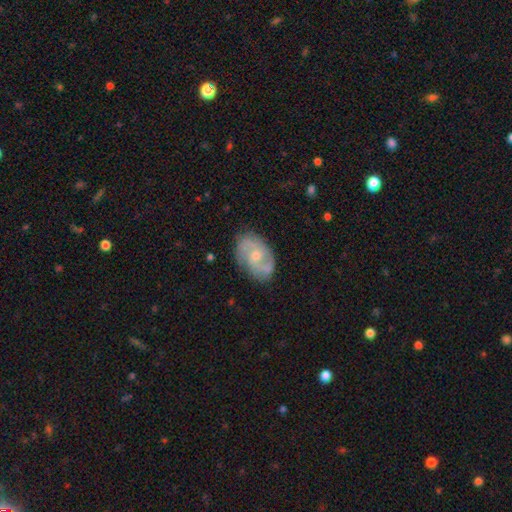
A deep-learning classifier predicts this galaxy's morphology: A featured or disk galaxy (74%) with no bar (52%), 2 (77%) medium (51%) spiral arms (91%) and a moderate central bulge (47%).

Vote fractions:
- Smooth or featured? featured or disk: 74% / smooth: 20% / star or artifact: 6%
- Edge-on disk? no: 97% / yes: 3%
- Bar? no: 52% / weak: 42% / strong: 6%
- Spiral arms? yes: 91% / no: 9%
- Spiral winding? medium: 51% / tight: 27% / loose: 22%
- Spiral arm count? 2: 77% / can't tell: 12% / 3: 5% / 1: 3% / 4: 2% / more than 4: 1%
- Bulge size? moderate: 47% / small: 44% / none: 6% / large: 3% / dominant: 1%
- Merging? none: 75% / minor disturbance: 18% / major disturbance: 5% / merger: 2%